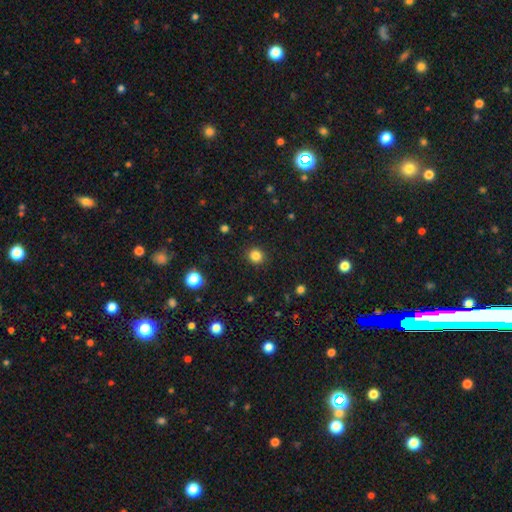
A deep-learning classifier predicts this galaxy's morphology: Overall: smooth (84%). How rounded: round (90%). Merging: none (92%).